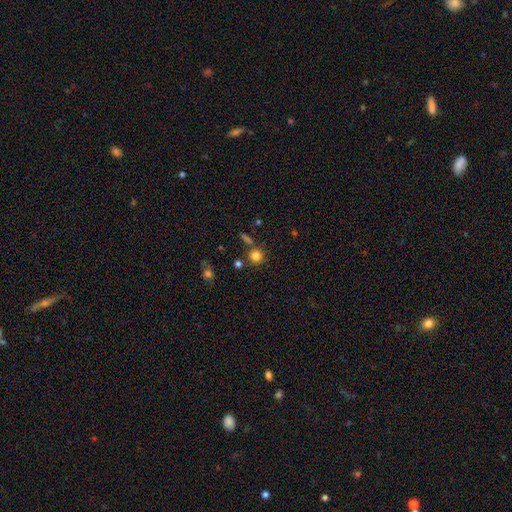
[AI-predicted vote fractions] smooth-or-featured: smooth: 80% | star or artifact: 13% | featured or disk: 7%
  how-rounded: round: 91% | in between: 8% | cigar-shaped: 1%
  merging: none: 74% | merger: 12% | minor disturbance: 10% | major disturbance: 4%